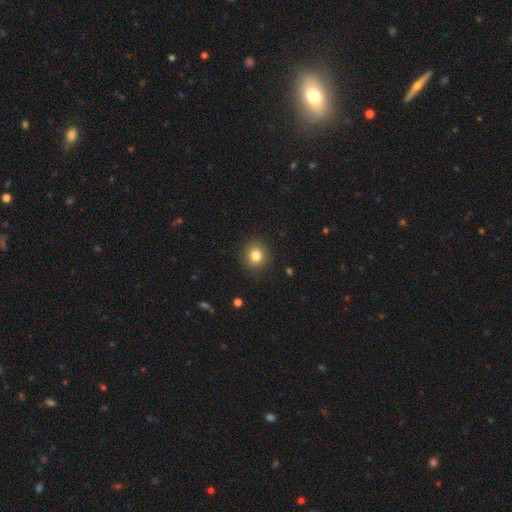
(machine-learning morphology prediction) Overall: smooth (82%). How rounded: round (88%). Merging: none (90%).